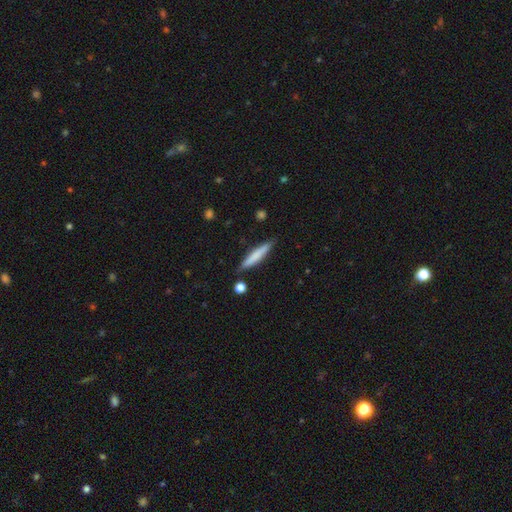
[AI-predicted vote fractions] A smooth galaxy with no disk features (69%) that is cigar-shaped (91%).

Vote fractions:
- Smooth or featured? smooth: 69% / featured or disk: 25% / star or artifact: 6%
- How rounded? cigar-shaped: 91% / in between: 7% / round: 1%
- Merging? none: 84% / minor disturbance: 11% / merger: 3% / major disturbance: 2%